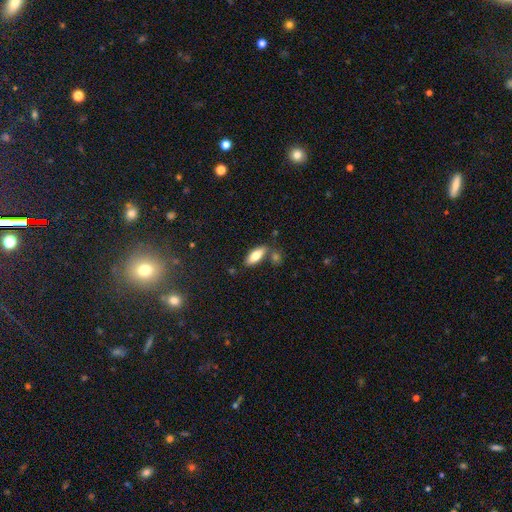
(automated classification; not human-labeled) Smooth or featured: smooth — 75% (featured or disk — 18%)
How rounded: in between — 73% (cigar-shaped — 25%)
Merging: none — 75% (minor disturbance — 12%)